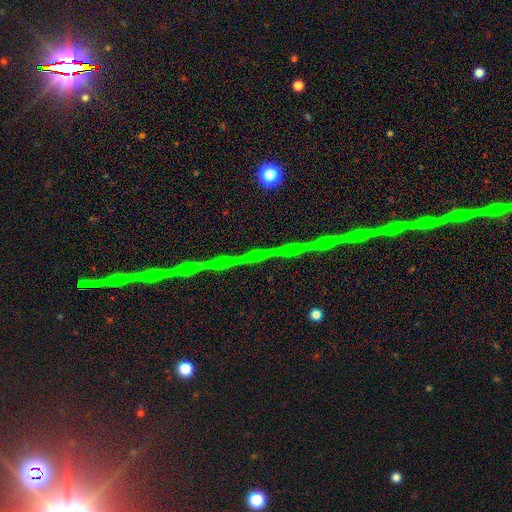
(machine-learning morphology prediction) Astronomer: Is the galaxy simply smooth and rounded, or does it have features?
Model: star or artifact — 75%.